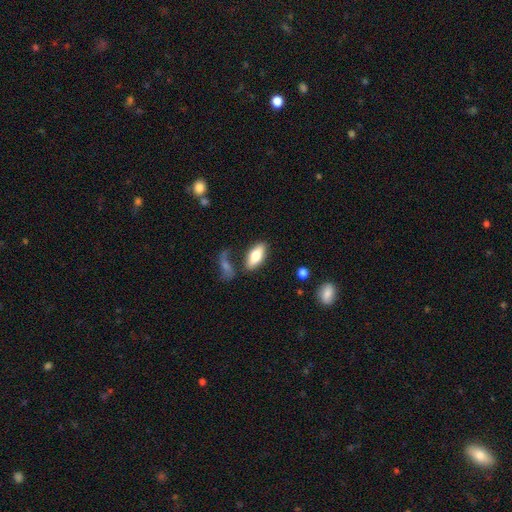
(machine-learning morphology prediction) smooth 72%, featured or disk 21%, star or artifact 6%. Down the decision tree: how rounded — in between (84%); merging — none (70%).